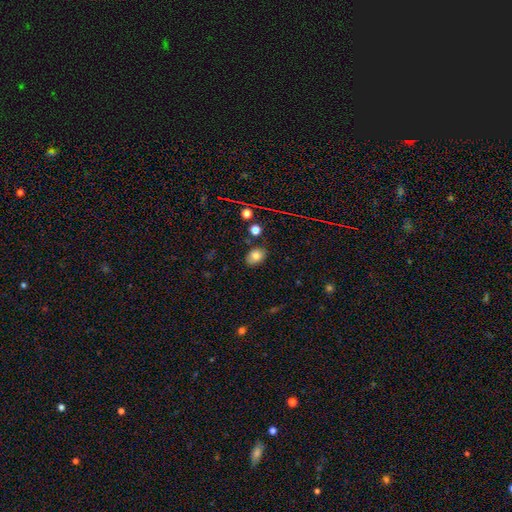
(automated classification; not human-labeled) Morphology: type=smooth (77%); roundness=in between (75%); merging=none (81%).